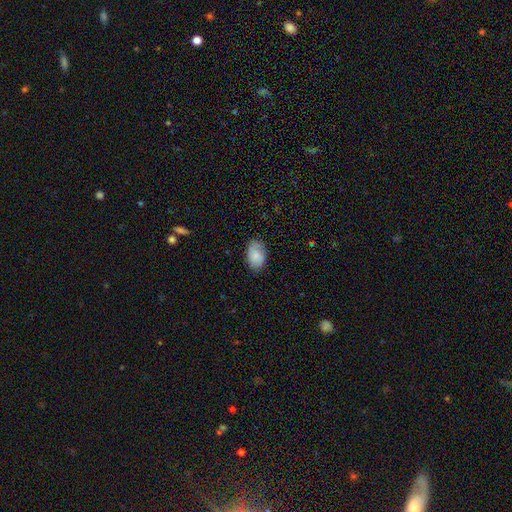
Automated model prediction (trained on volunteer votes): Morphology: type=smooth (81%); roundness=in between (90%); merging=none (79%).